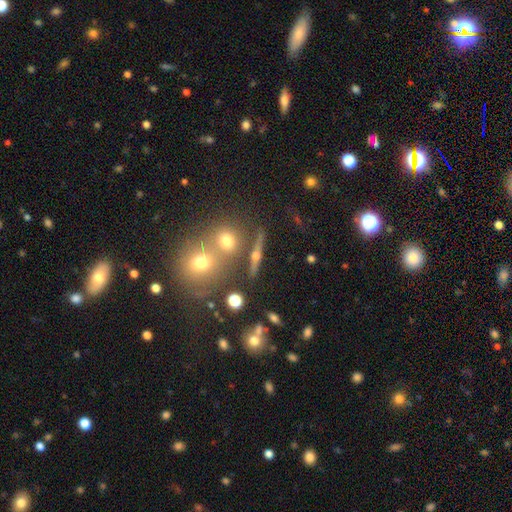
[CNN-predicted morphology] type=featured or disk (57%); edge-on=yes (88%); edge-on bulge=rounded (93%); merging=none (74%).